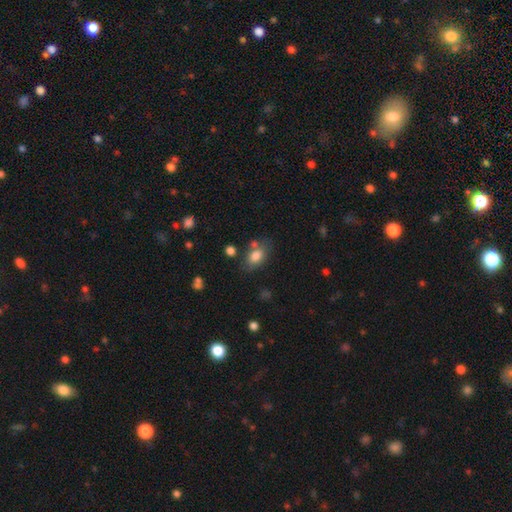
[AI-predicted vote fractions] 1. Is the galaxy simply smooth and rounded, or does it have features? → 80% smooth, 12% featured or disk, 9% star or artifact.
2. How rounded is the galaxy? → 85% in between, 12% round, 2% cigar-shaped.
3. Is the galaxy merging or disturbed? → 62% none, 19% minor disturbance, 13% merger, 7% major disturbance.